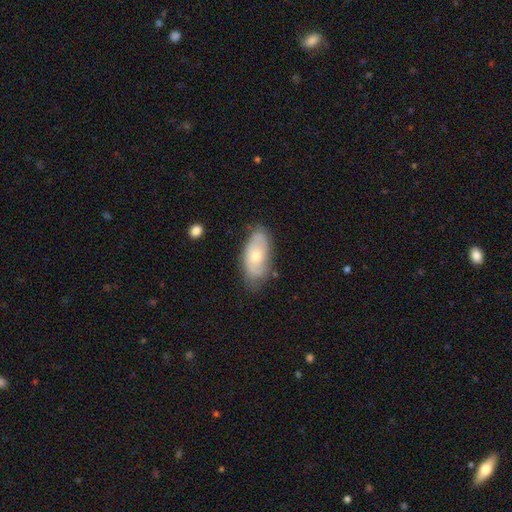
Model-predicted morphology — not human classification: Smooth or featured: smooth — 51% (featured or disk — 42%)
How rounded: in between — 89% (cigar-shaped — 7%)
Merging: none — 70% (minor disturbance — 23%)